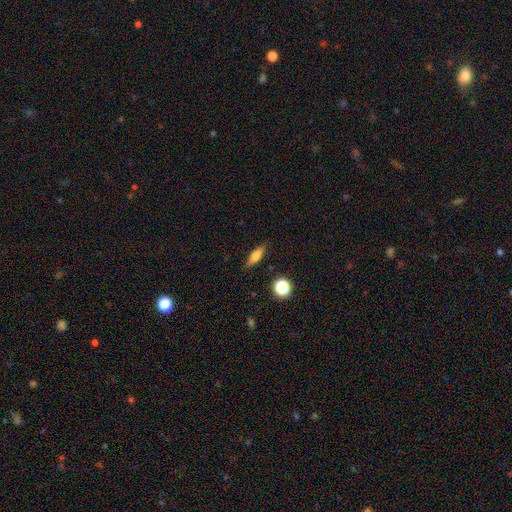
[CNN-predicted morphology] smooth 67%, featured or disk 24%, star or artifact 9%. Down the decision tree: how rounded — cigar-shaped (49%); merging — none (87%).